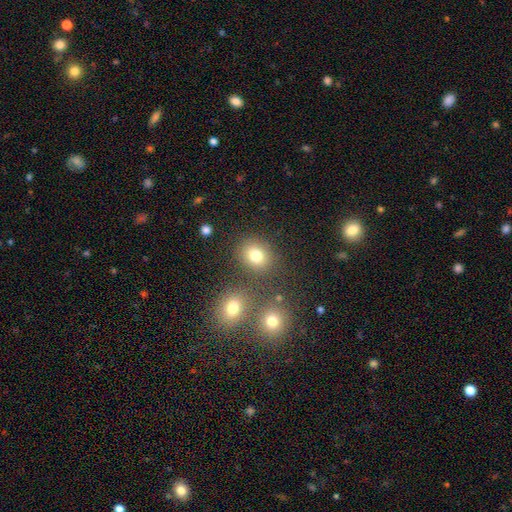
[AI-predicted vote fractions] Q: Smooth or featured?
A: smooth (77%); runner-up: star or artifact (15%)
Q: How rounded?
A: round (70%); runner-up: in between (29%)
Q: Merging?
A: none (78%); runner-up: minor disturbance (9%)